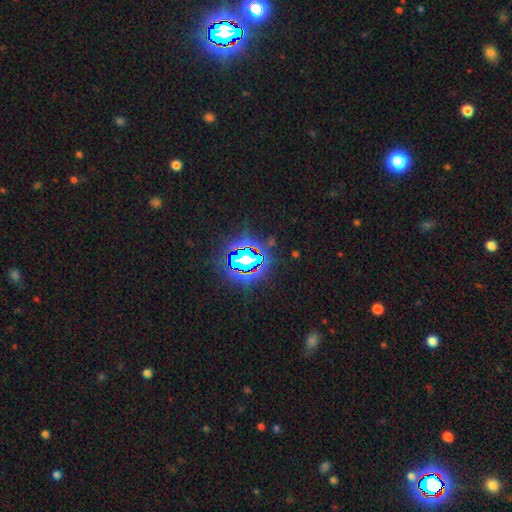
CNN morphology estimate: star or artifact 81%, smooth 12%, featured or disk 7%.